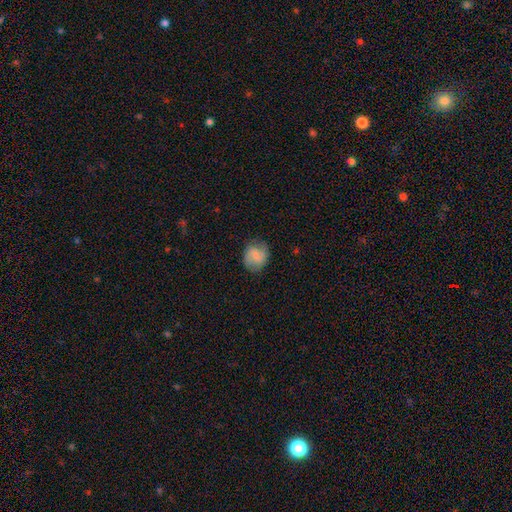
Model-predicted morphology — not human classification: Smooth or featured: smooth — 68% (featured or disk — 25%)
How rounded: round — 68% (in between — 31%)
Merging: none — 74% (minor disturbance — 19%)